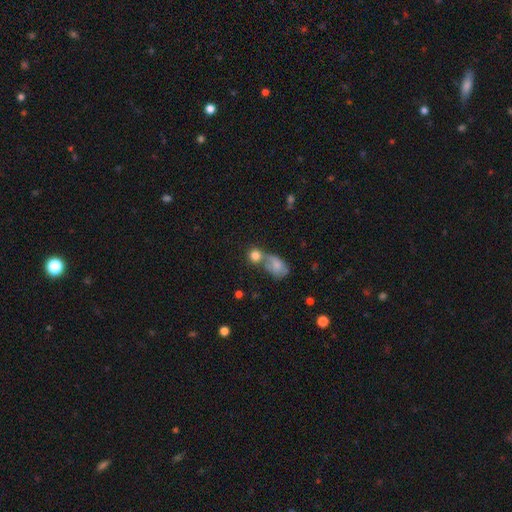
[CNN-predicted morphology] type=smooth (79%); roundness=round (76%); merging=merger (49%).